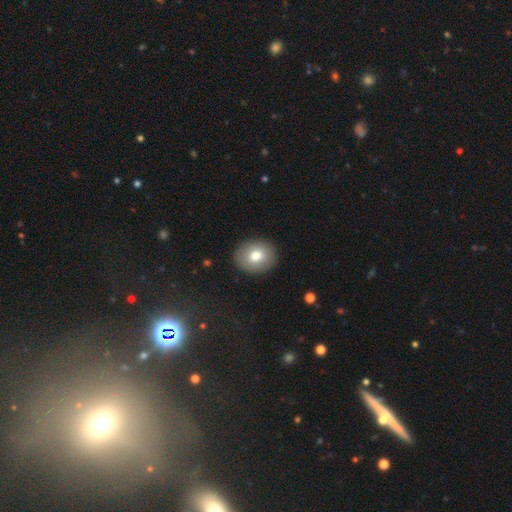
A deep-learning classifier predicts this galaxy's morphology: smooth_or_featured: smooth (p=0.77) [alt: featured or disk p=0.15]
how_rounded: round (p=0.62) [alt: in between p=0.37]
merging: none (p=0.89) [alt: minor disturbance p=0.07]